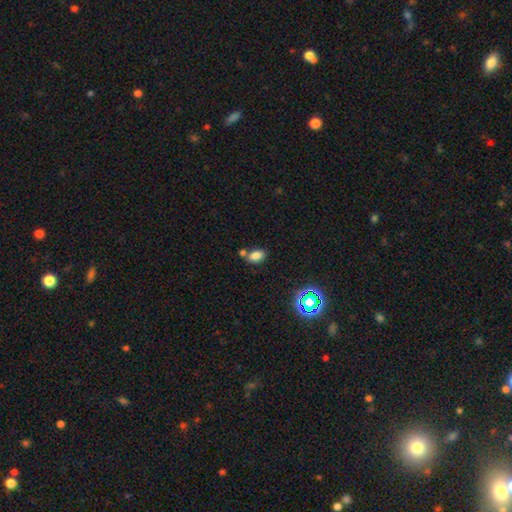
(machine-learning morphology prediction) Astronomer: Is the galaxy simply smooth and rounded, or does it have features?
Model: smooth — 77%.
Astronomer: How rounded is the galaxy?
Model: in between — 84%.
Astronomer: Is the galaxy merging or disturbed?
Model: none — 62%.